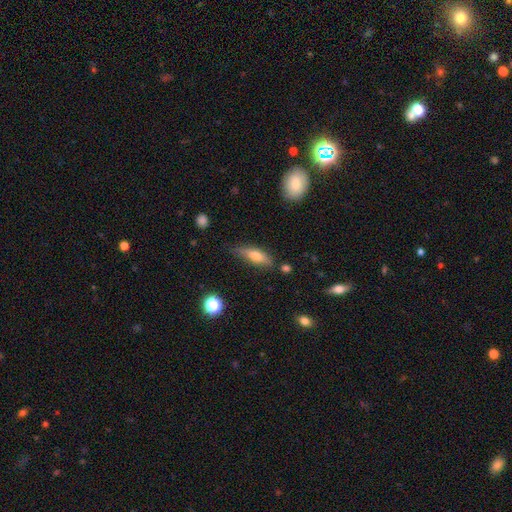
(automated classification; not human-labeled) Q: Smooth or featured?
A: smooth (65%); runner-up: featured or disk (27%)
Q: How rounded?
A: in between (49%); runner-up: cigar-shaped (48%)
Q: Merging?
A: none (69%); runner-up: minor disturbance (23%)